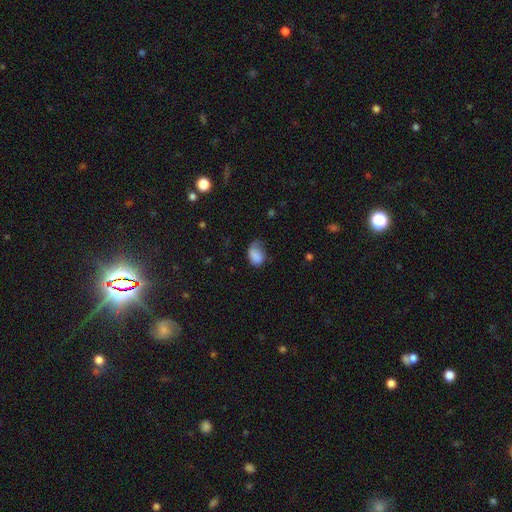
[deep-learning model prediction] The model was most divided on "merging" (2-way tie): none: 36%, minor disturbance: 36%, major disturbance: 25%, merger: 2%. More confident: smooth or featured — smooth (80%); how rounded — in between (78%).